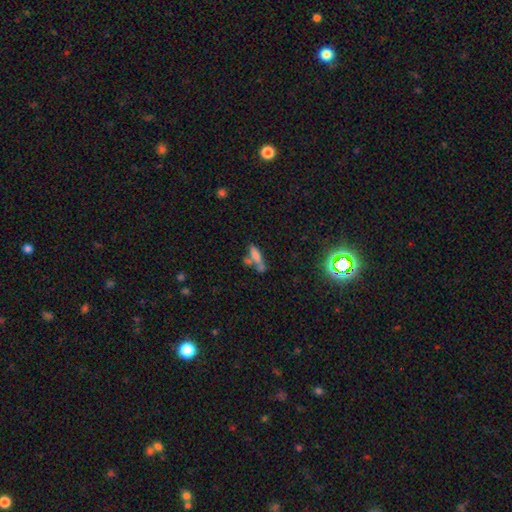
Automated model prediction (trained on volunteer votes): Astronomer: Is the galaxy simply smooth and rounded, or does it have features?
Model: smooth — 64%.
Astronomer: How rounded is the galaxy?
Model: cigar-shaped — 62%.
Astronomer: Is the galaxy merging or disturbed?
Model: none — 41% (runner-up: merger, 34%).